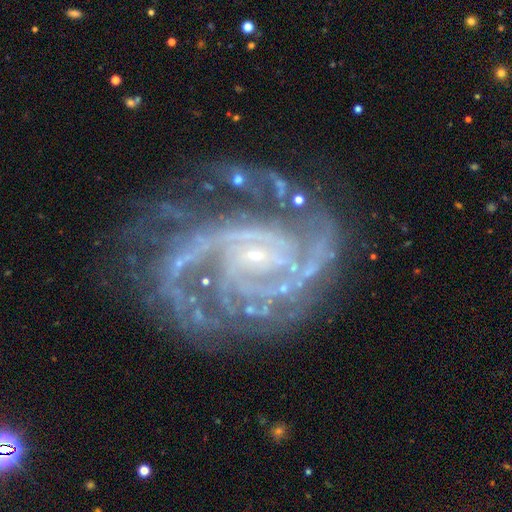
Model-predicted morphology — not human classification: Smooth or featured? featured or disk (92%)
Edge-on disk? no (98%)
Bar? no (49%)
Spiral arms? yes (98%)
Spiral winding? tight (54%)
Spiral arm count? 2 (30%)
Bulge size? small (85%)
Merging? none (55%)